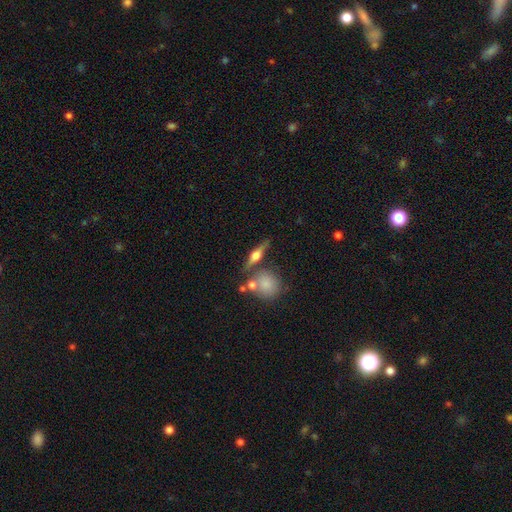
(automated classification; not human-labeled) Smooth or featured? Predicted: featured or disk (p=0.65). Edge-on disk? Predicted: yes (p=0.94). Edge-on bulge? Predicted: rounded (p=0.93). Merging? Predicted: none (p=0.73).